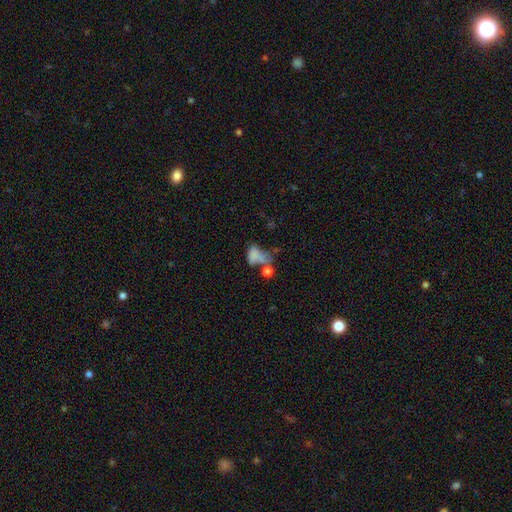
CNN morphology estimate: This is likely a smooth galaxy (61%). How rounded: clearly in between (80%). Merging: marginally merger (38%).